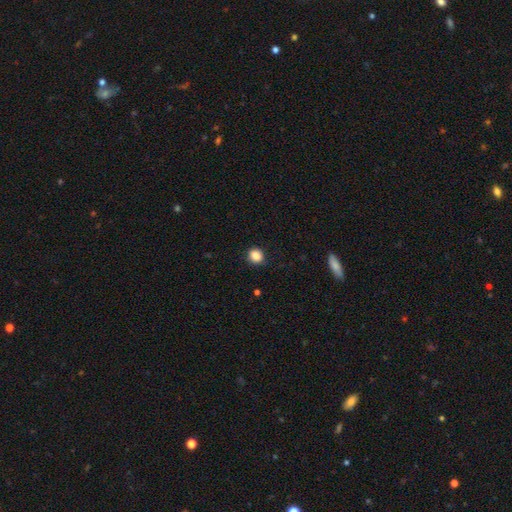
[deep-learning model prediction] Smooth or featured: smooth — 87% (star or artifact — 9%)
How rounded: round — 75% (in between — 24%)
Merging: none — 85% (minor disturbance — 11%)